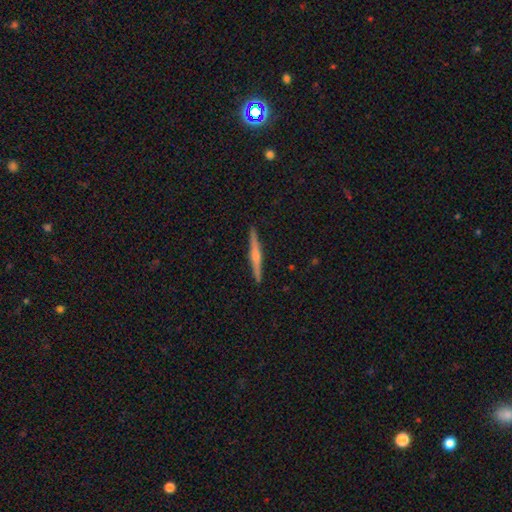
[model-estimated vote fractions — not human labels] featured or disk 62%, smooth 32%, star or artifact 6%. Down the decision tree: edge-on disk — yes (98%); edge-on bulge — rounded (73%); merging — none (92%).